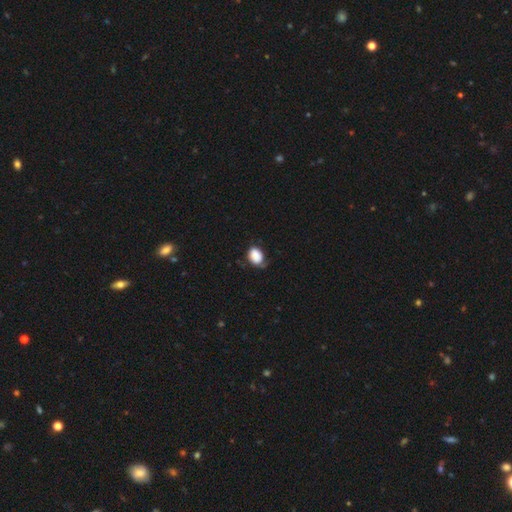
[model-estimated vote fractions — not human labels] Smooth or featured? smooth (85%)
How rounded? in between (75%)
Merging? none (55%)